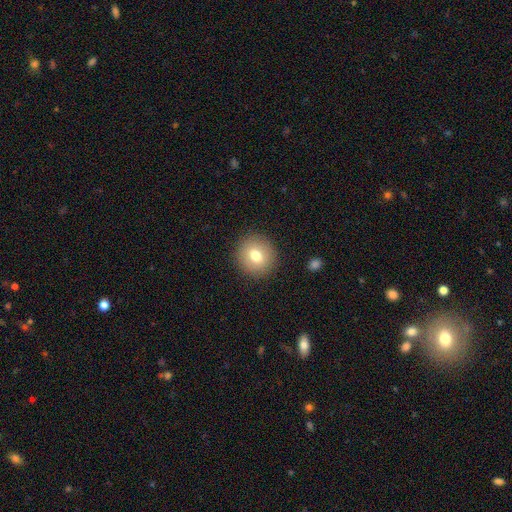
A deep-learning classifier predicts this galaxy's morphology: Overall: smooth (75%). How rounded: round (89%). Merging: none (89%).